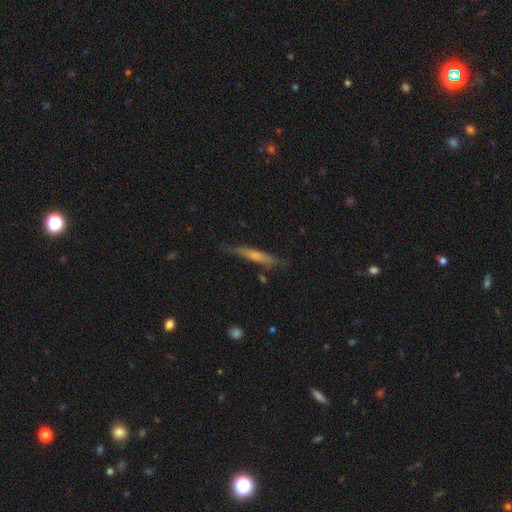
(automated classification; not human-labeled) smooth_or_featured: smooth (p=0.54) [alt: featured or disk p=0.39]
how_rounded: cigar-shaped (p=0.92) [alt: in between p=0.06]
merging: none (p=0.76) [alt: minor disturbance p=0.17]